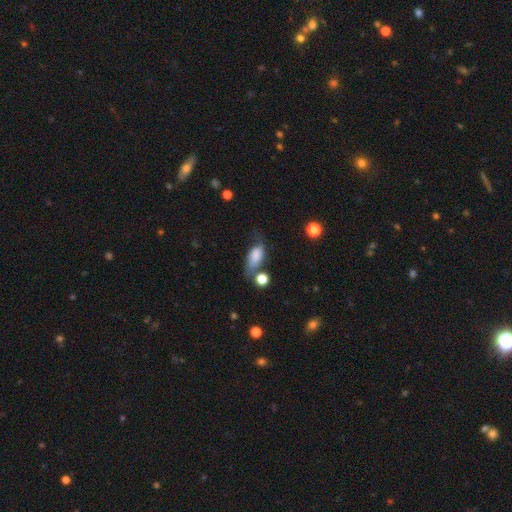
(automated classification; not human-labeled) Q: Smooth or featured?
A: smooth (69%); runner-up: featured or disk (22%)
Q: How rounded?
A: in between (87%); runner-up: round (7%)
Q: Merging?
A: none (36%); runner-up: minor disturbance (30%)